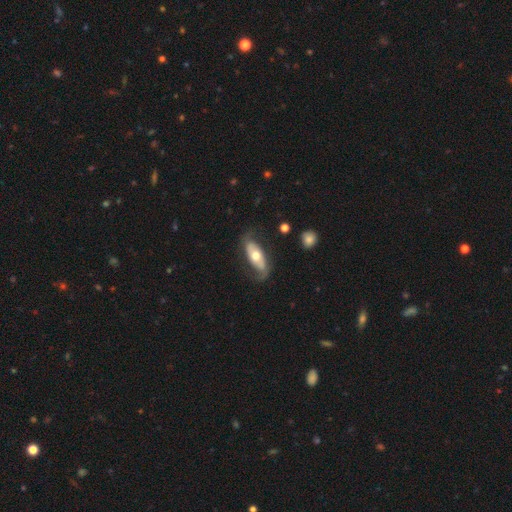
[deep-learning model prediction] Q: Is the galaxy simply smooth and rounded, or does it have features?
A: featured or disk — 58%.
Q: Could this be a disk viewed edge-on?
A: no — 80%.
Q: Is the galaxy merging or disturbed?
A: none — 64%.